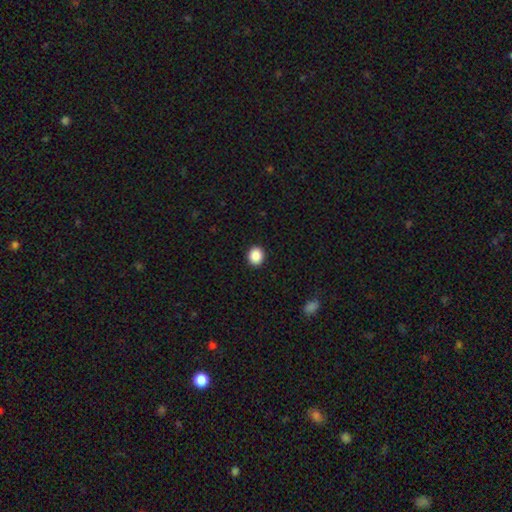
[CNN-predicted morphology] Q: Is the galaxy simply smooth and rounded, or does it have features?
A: smooth — 89%.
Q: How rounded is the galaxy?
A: round — 72%.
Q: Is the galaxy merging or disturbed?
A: none — 93%.